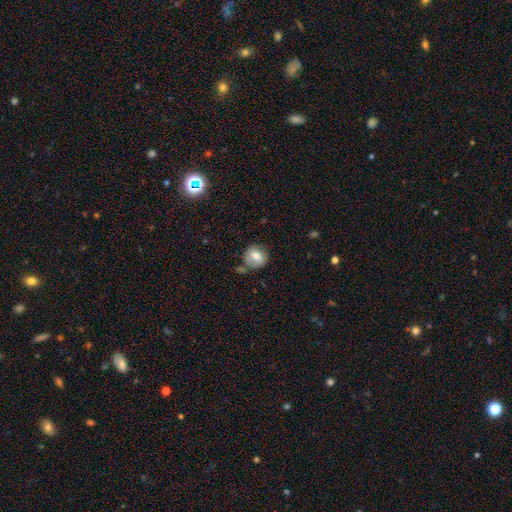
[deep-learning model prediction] The model was most divided on "merging": none: 66%, minor disturbance: 18%, merger: 10%, major disturbance: 6%. More confident: how rounded — round (80%); smooth or featured — smooth (74%).